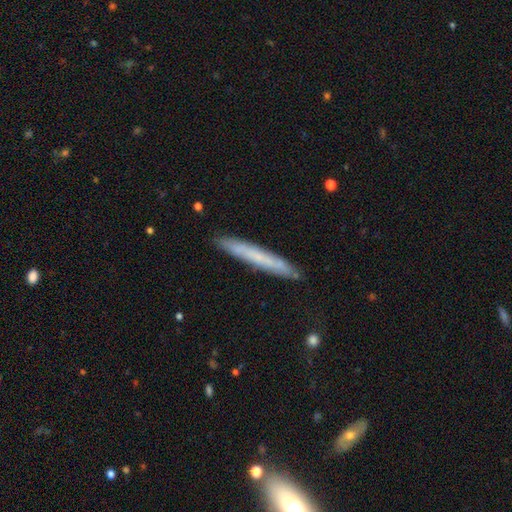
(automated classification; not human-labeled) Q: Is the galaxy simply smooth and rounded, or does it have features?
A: smooth — 53%.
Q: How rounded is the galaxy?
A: cigar-shaped — 96%.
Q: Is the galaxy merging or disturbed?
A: none — 87%.